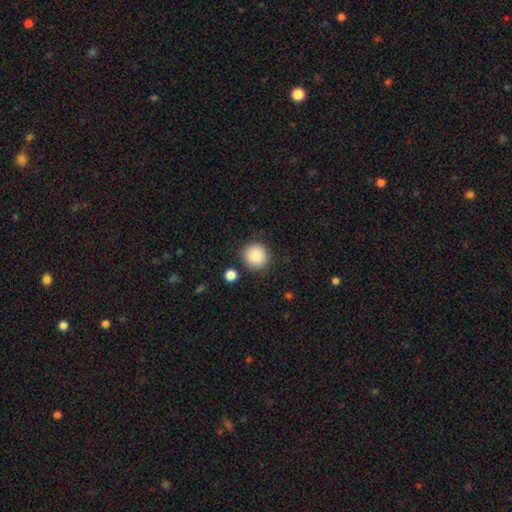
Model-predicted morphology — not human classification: Smooth or featured? smooth (87%)
How rounded? round (90%)
Merging? none (84%)